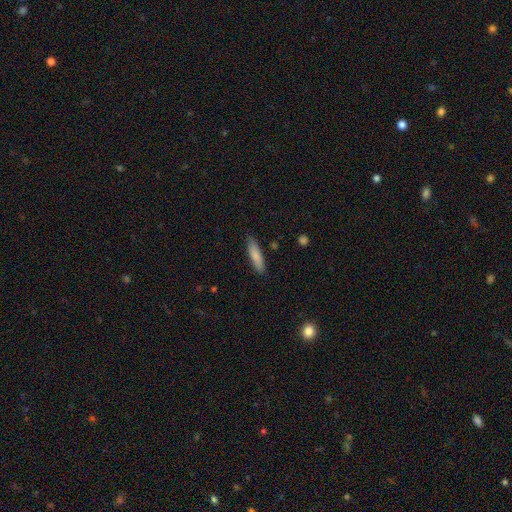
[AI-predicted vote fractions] A smooth galaxy with no disk features (81%) that is cigar-shaped (74%). Merging: none (85%).